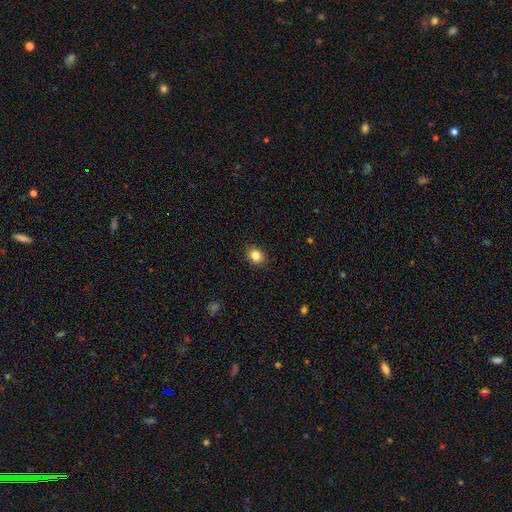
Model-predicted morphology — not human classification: Smooth or featured?
  - smooth: 84% *
  - star or artifact: 10%
  - featured or disk: 6%
How rounded?
  - round: 59% *
  - in between: 40%
  - cigar-shaped: 1%
Merging?
  - none: 89% *
  - minor disturbance: 8%
  - major disturbance: 2%
  - merger: 1%